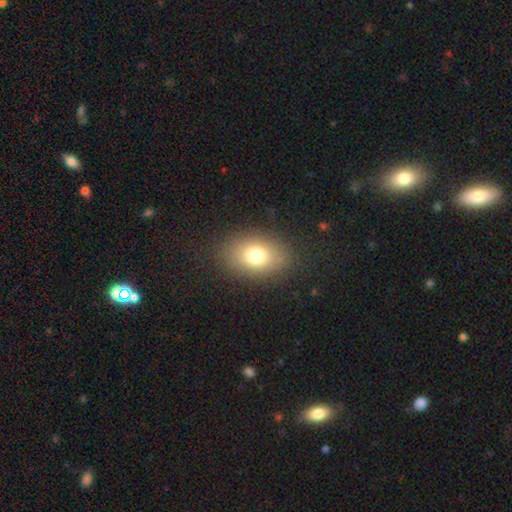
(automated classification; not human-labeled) This appears to be a smooth galaxy with no disk features (75%) that is in between round and cigar-shaped (73%). Merging: none (85%).